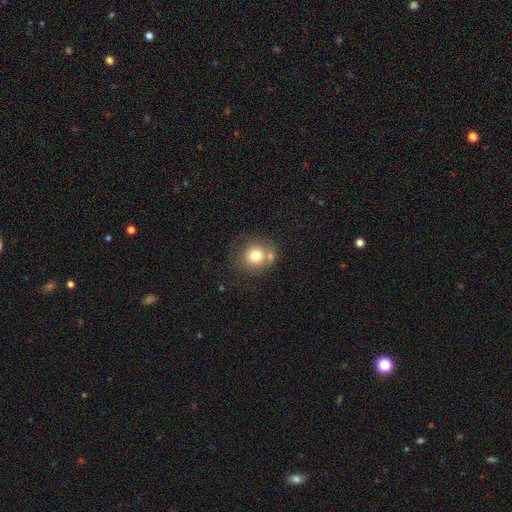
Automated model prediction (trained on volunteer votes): Smooth or featured?
  - smooth: 76% *
  - featured or disk: 14%
  - star or artifact: 10%
How rounded?
  - round: 86% *
  - in between: 13%
  - cigar-shaped: 1%
Merging?
  - none: 58% *
  - merger: 22%
  - minor disturbance: 14%
  - major disturbance: 6%